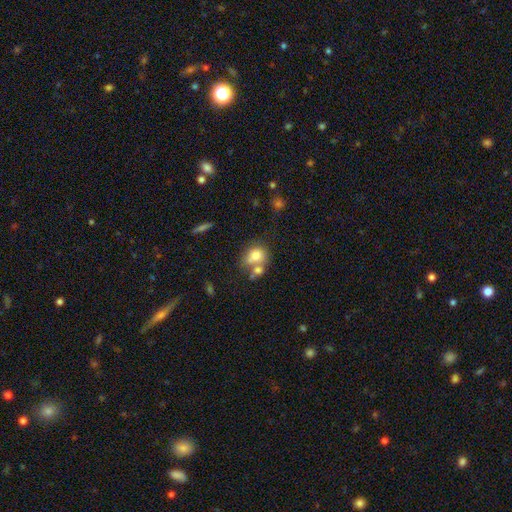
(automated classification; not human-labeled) smooth-or-featured: smooth: 74% | featured or disk: 16% | star or artifact: 10%
  how-rounded: round: 56% | in between: 42% | cigar-shaped: 1%
  merging: merger: 43% | none: 38% | minor disturbance: 13% | major disturbance: 6%